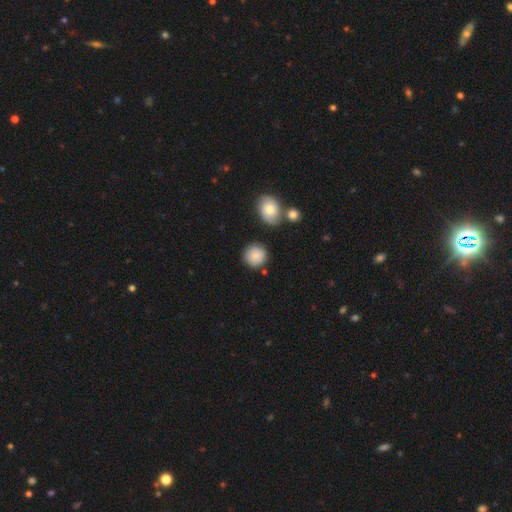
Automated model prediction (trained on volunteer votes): Overall: smooth (81%). How rounded: round (91%). Merging: none (82%).